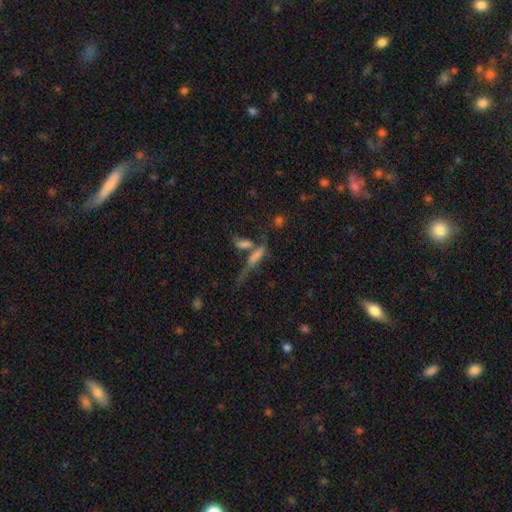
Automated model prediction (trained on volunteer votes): A smooth galaxy with no disk features (46%). Merging: none (40%).